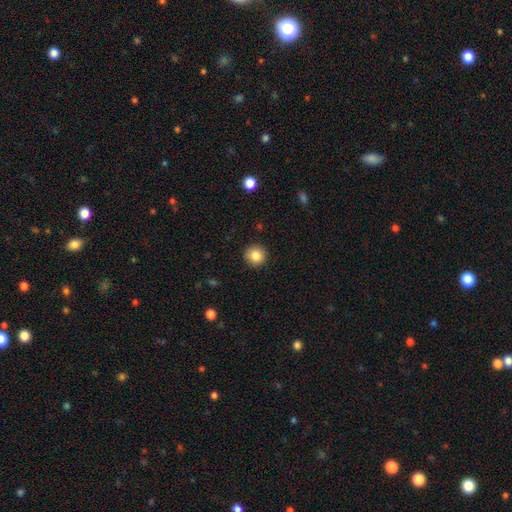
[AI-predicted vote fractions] Smooth or featured? smooth (84%)
How rounded? round (94%)
Merging? none (91%)